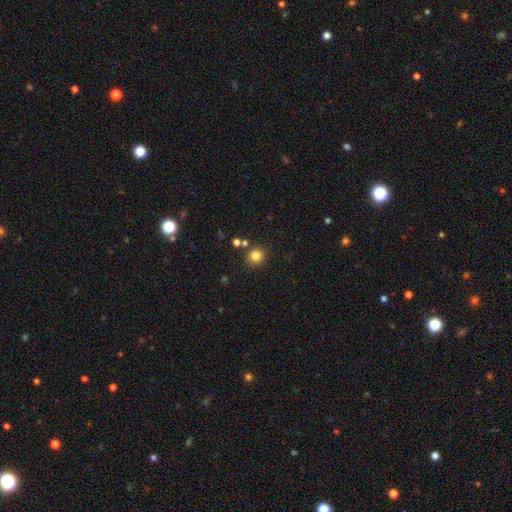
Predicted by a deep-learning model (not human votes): Smooth or featured: smooth — 81% (star or artifact — 13%)
How rounded: round — 90% (in between — 10%)
Merging: none — 83% (minor disturbance — 7%)